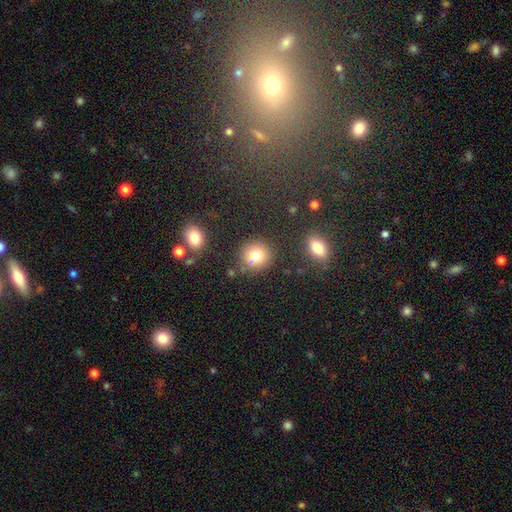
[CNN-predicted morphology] This is likely a smooth galaxy (79%). How rounded: clearly round (84%). Merging: likely none (77%).